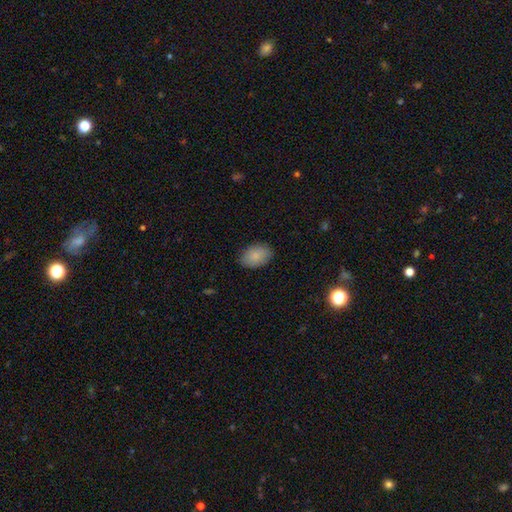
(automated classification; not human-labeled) Overall: smooth (87%). How rounded: in between (87%). Merging: none (86%).